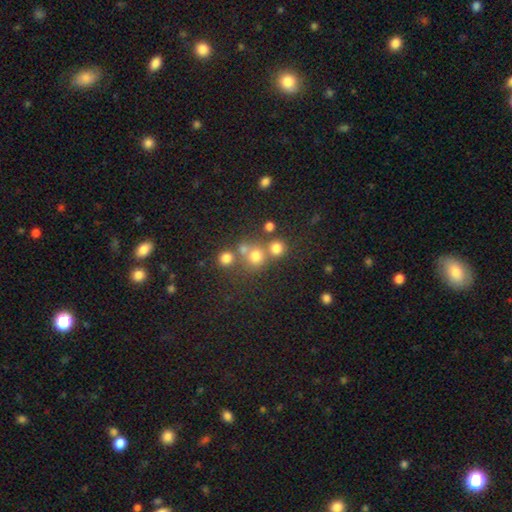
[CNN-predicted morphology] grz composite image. It shows a smooth galaxy with no disk features (66%) that is round (88%). Merging: none (57%).